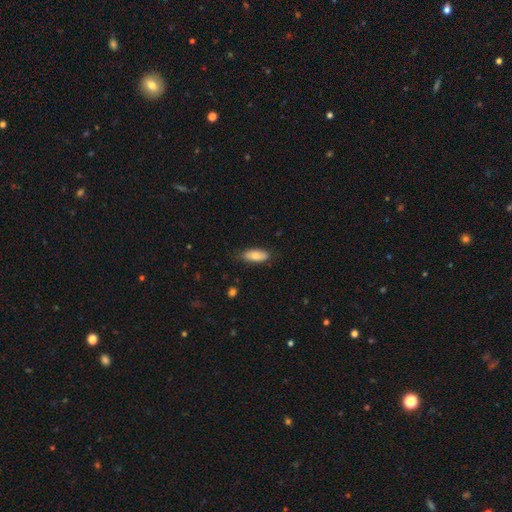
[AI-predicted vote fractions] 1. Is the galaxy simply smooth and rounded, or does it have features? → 78% smooth, 16% featured or disk, 6% star or artifact.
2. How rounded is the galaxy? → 81% in between, 17% cigar-shaped, 2% round.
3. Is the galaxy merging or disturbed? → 81% none, 15% minor disturbance, 2% major disturbance, 1% merger.